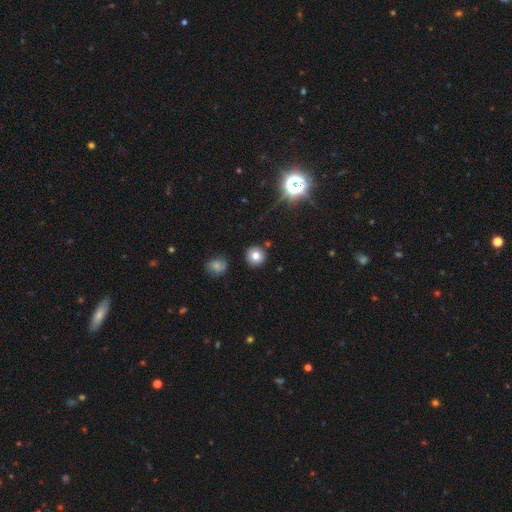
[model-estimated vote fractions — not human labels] A smooth galaxy with no disk features (76%) that is round (94%).

Vote fractions:
- Smooth or featured? smooth: 76% / star or artifact: 14% / featured or disk: 10%
- How rounded? round: 94% / in between: 5% / cigar-shaped: 1%
- Merging? none: 88% / minor disturbance: 7% / merger: 3% / major disturbance: 2%